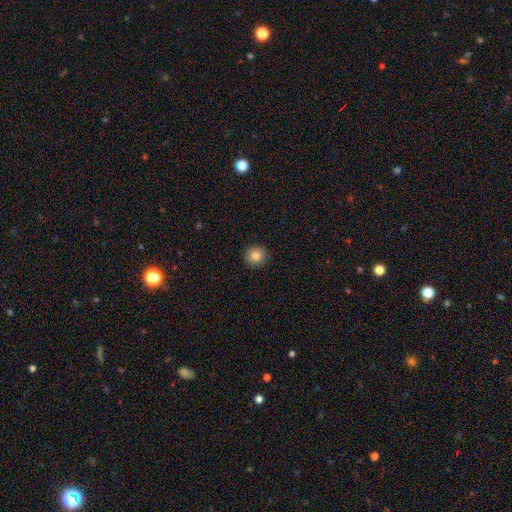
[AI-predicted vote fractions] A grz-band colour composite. It shows a smooth galaxy with no disk features (83%) that is round (91%). Merging: none (91%).